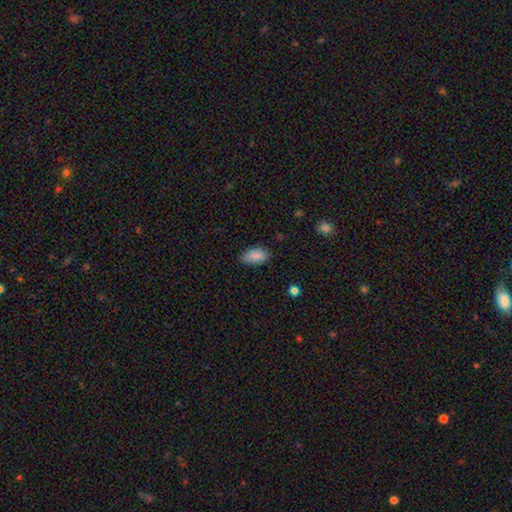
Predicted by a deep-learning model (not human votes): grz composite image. It shows a smooth galaxy with no disk features (87%) that is in between round and cigar-shaped (92%). Merging: none (74%).